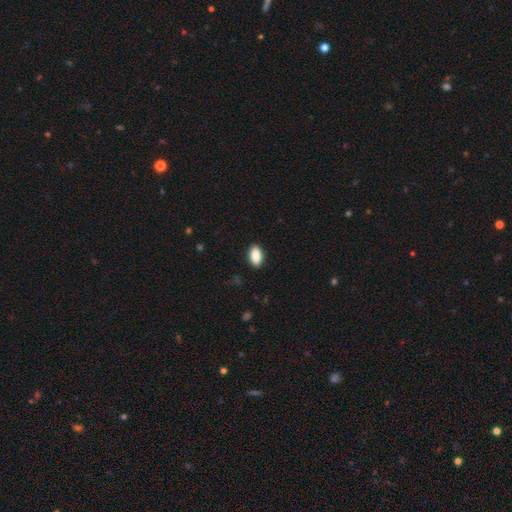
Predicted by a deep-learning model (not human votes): Smooth or featured? Predicted: smooth (p=0.89). How rounded? Predicted: in between (p=0.92). Merging? Predicted: none (p=0.89).